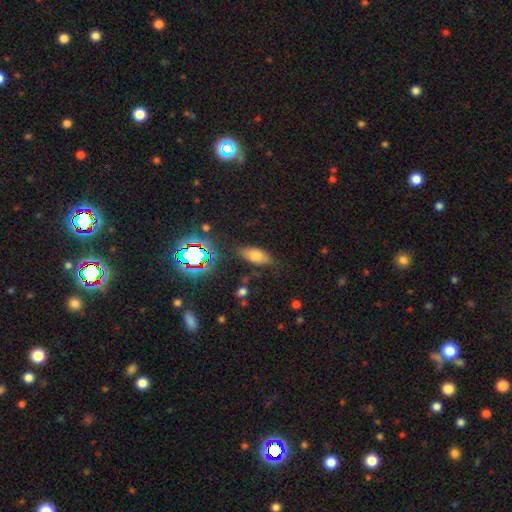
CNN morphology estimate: Smooth or featured: smooth — 68% (featured or disk — 16%)
How rounded: in between — 84% (cigar-shaped — 11%)
Merging: none — 78% (minor disturbance — 15%)